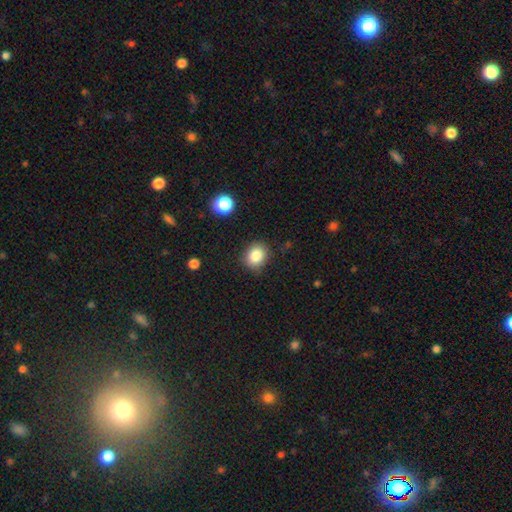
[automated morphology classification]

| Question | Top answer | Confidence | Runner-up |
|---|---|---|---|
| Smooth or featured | smooth | 84% | star or artifact (10%) |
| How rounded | round | 66% | in between (33%) |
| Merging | none | 86% | minor disturbance (10%) |